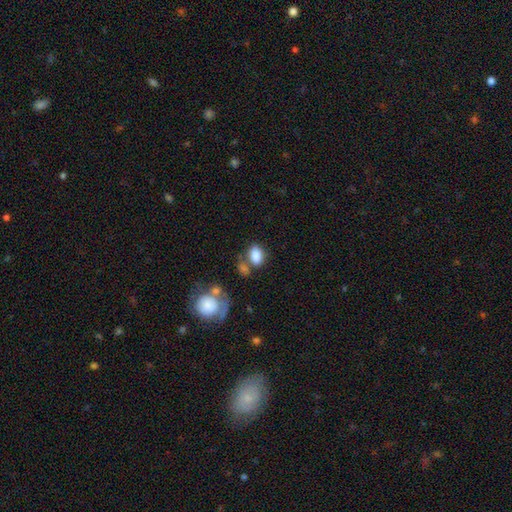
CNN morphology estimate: Q: Smooth or featured?
A: smooth (84%); runner-up: star or artifact (8%)
Q: How rounded?
A: in between (84%); runner-up: round (14%)
Q: Merging?
A: none (54%); runner-up: merger (21%)